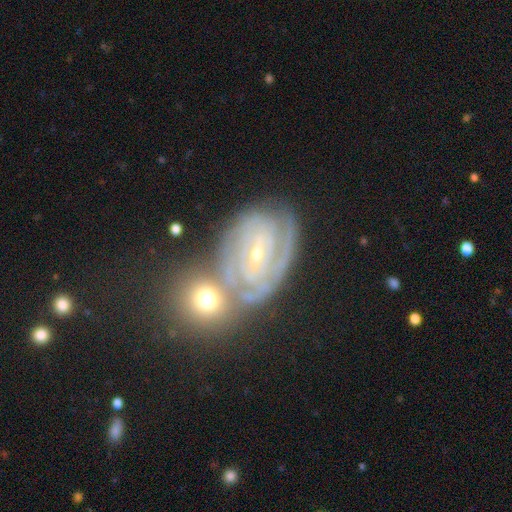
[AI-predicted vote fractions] featured or disk 83%, smooth 9%, star or artifact 8%. Down the decision tree: edge-on disk — no (96%); bar — weak (44%); spiral arms — yes (95%); spiral arm count — can't tell (31%, tied with 2); spiral winding — tight (74%); bulge size — small (77%); merging — none (51%).